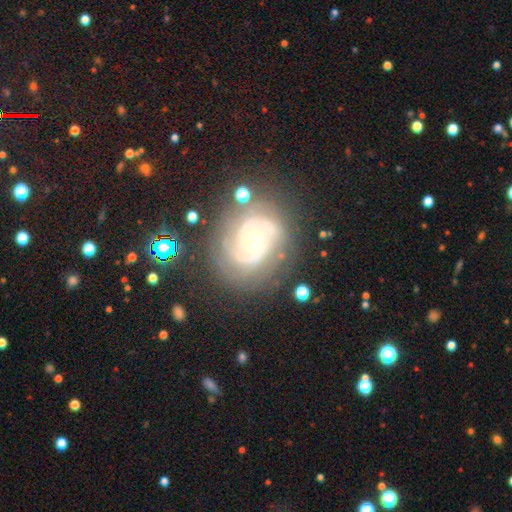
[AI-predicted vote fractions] featured or disk 75%, star or artifact 15%, smooth 10%. Down the decision tree: edge-on disk — no (97%); bar — no (61%); spiral arms — yes (95%); spiral arm count — 2 (60%); spiral winding — tight (69%); bulge size — small (59%); merging — none (79%).